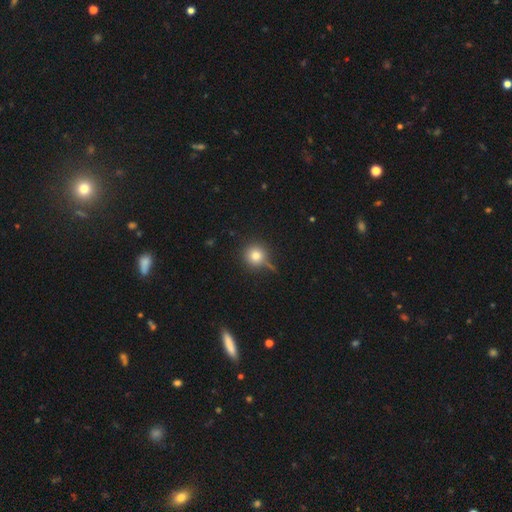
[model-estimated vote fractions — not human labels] Smooth or featured? smooth (79%)
How rounded? round (94%)
Merging? none (72%)